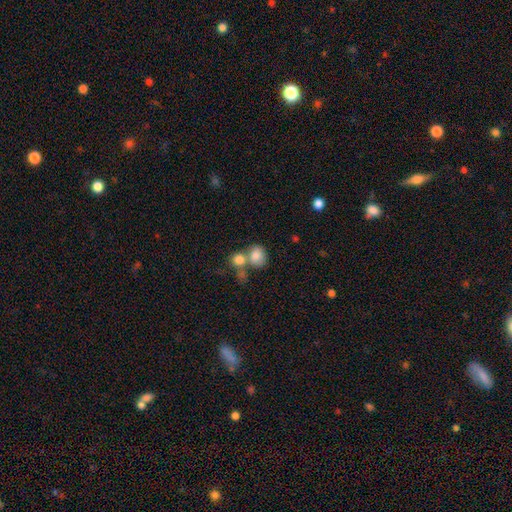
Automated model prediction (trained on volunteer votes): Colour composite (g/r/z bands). It shows a smooth galaxy with no disk features (80%) that is round (52%). Merging: merger (53%).